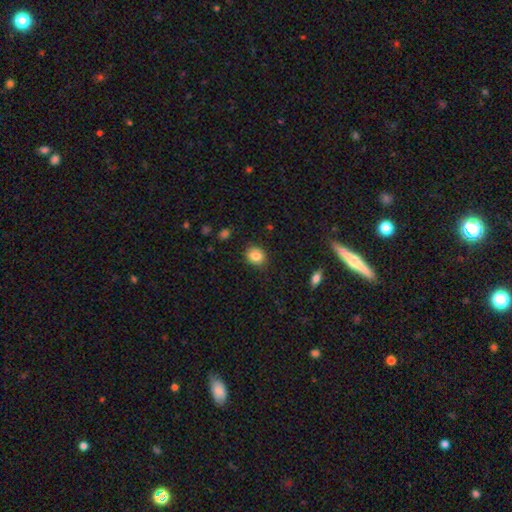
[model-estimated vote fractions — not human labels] Smooth or featured?
  - smooth: 85% *
  - star or artifact: 9%
  - featured or disk: 6%
How rounded?
  - round: 63% *
  - in between: 36%
  - cigar-shaped: 1%
Merging?
  - none: 86% *
  - minor disturbance: 10%
  - major disturbance: 3%
  - merger: 1%